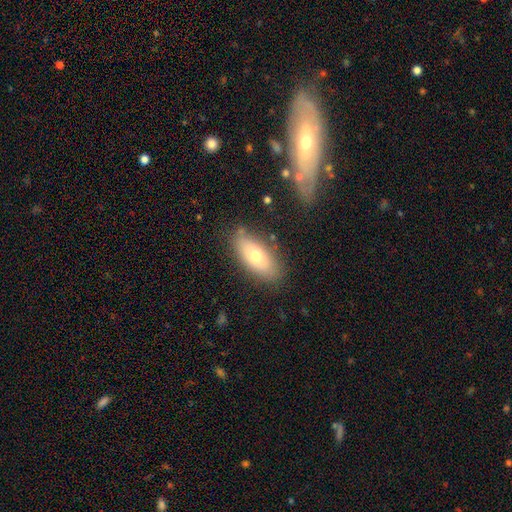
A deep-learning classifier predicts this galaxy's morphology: A smooth galaxy with no disk features (66%) that is in between round and cigar-shaped (83%). Merging: none (79%).